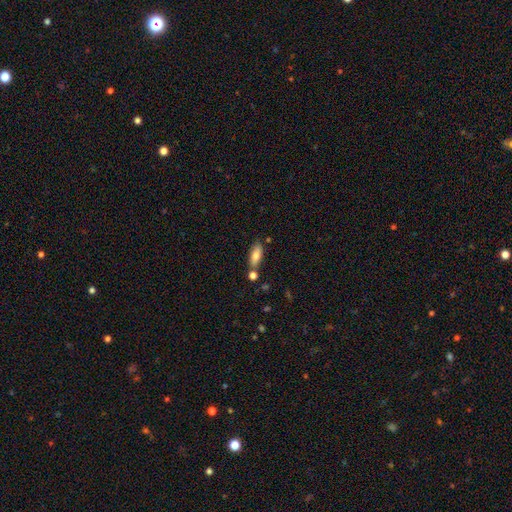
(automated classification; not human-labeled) A smooth galaxy with no disk features (79%) that is in between round and cigar-shaped (72%).

Vote fractions:
- Smooth or featured? smooth: 79% / featured or disk: 14% / star or artifact: 7%
- How rounded? in between: 72% / cigar-shaped: 25% / round: 3%
- Merging? none: 70% / merger: 13% / minor disturbance: 13% / major disturbance: 3%